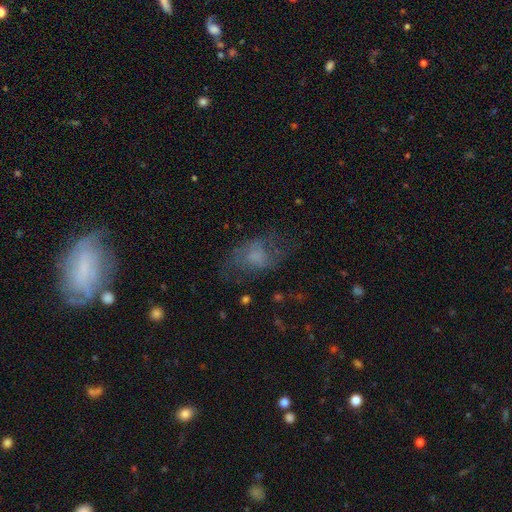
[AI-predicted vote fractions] Smooth or featured?
  - smooth: 46% *
  - featured or disk: 40%
  - star or artifact: 13%
Merging?
  - none: 47% *
  - major disturbance: 28%
  - minor disturbance: 23%
  - merger: 2%